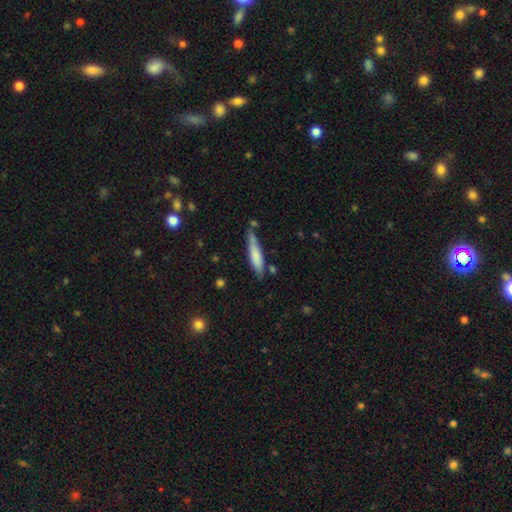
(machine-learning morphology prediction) smooth 72%, featured or disk 22%, star or artifact 6%. Down the decision tree: how rounded — cigar-shaped (84%); merging — none (68%).